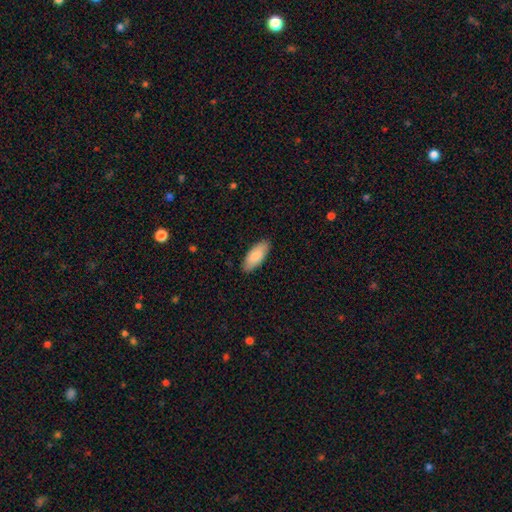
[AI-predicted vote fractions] smooth 86%, featured or disk 9%, star or artifact 5%. Down the decision tree: how rounded — in between (85%); merging — none (87%).